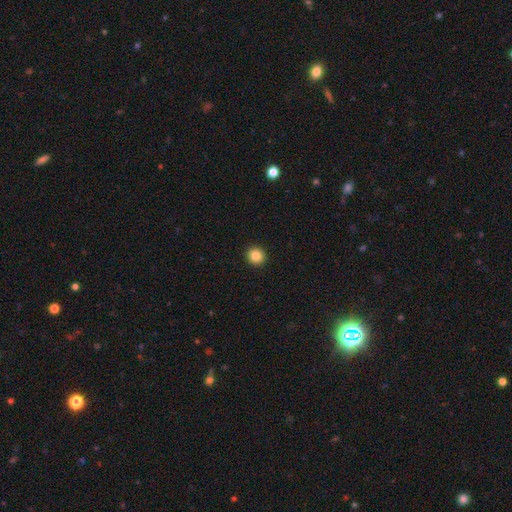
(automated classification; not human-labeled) Smooth or featured? smooth (85%)
How rounded? round (93%)
Merging? none (93%)